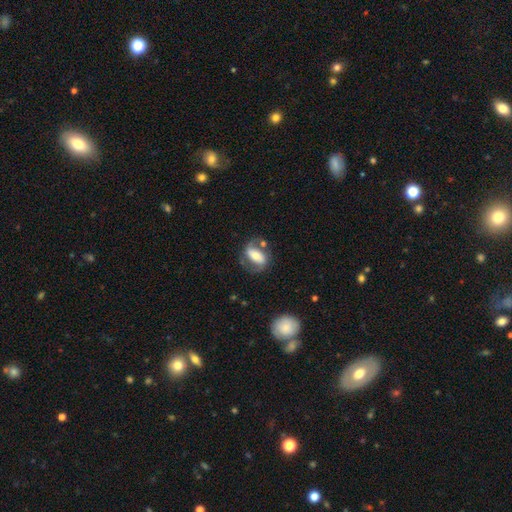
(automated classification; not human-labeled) smooth_or_featured: featured or disk (p=0.60) [alt: smooth p=0.33]
disk_edge_on: no (p=0.94) [alt: yes p=0.06]
bar: strong (p=0.47) [alt: weak p=0.28]
has_spiral_arms: yes (p=0.79) [alt: no p=0.21]
bulge_size: moderate (p=0.46) [alt: small p=0.24]
merging: none (p=0.59) [alt: minor disturbance p=0.20]